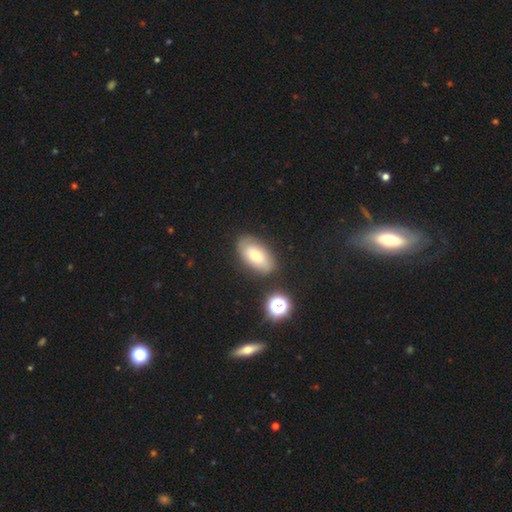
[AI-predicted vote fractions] Overall: smooth (67%). How rounded: in between (91%). Merging: none (78%).